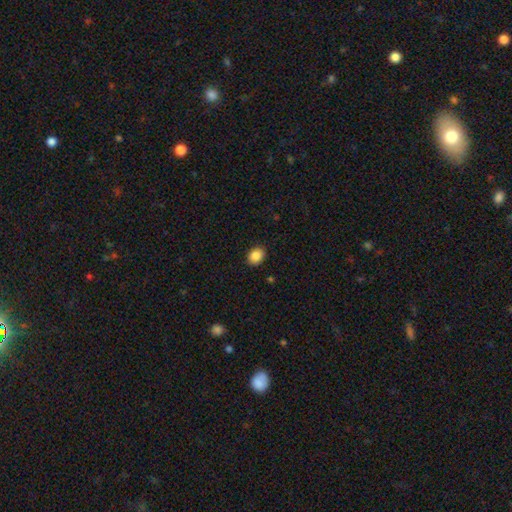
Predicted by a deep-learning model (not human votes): Q: Smooth or featured?
A: smooth (87%); runner-up: star or artifact (9%)
Q: How rounded?
A: in between (53%); runner-up: round (46%)
Q: Merging?
A: none (89%); runner-up: minor disturbance (8%)